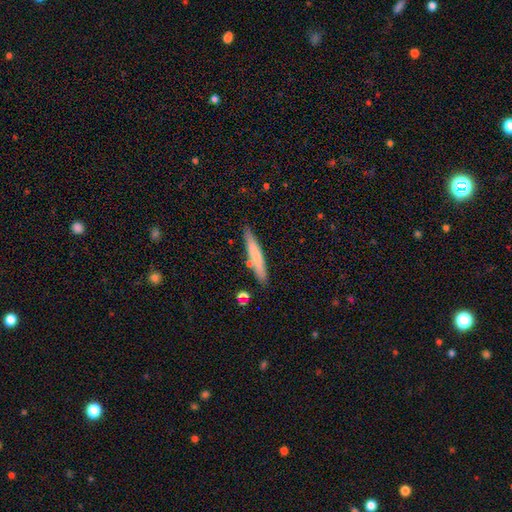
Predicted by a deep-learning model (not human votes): A smooth galaxy with no disk features (65%) that is cigar-shaped (93%).

Vote fractions:
- Smooth or featured? smooth: 65% / featured or disk: 29% / star or artifact: 6%
- How rounded? cigar-shaped: 93% / in between: 6% / round: 1%
- Merging? none: 81% / minor disturbance: 11% / merger: 5% / major disturbance: 2%